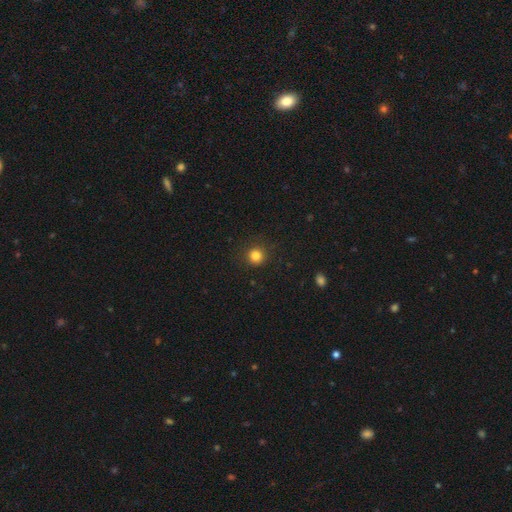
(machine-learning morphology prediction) Overall: smooth (82%). How rounded: round (94%). Merging: none (90%).